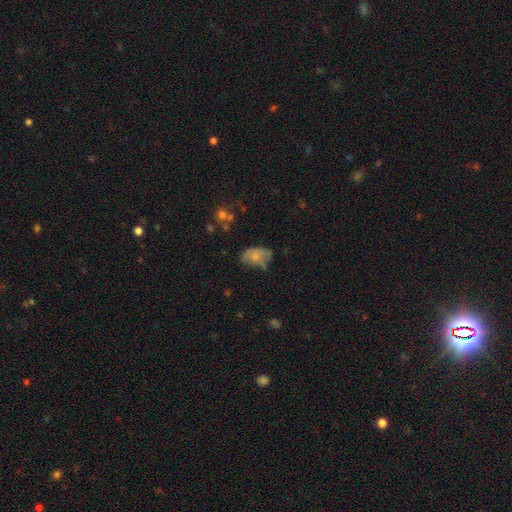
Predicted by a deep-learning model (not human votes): The model was most divided on "merging": none: 43%, minor disturbance: 35%, major disturbance: 16%, merger: 6%. More confident: how rounded — in between (88%); smooth or featured — smooth (68%).